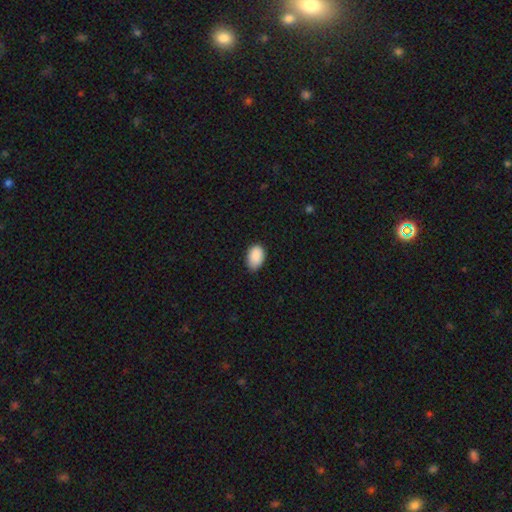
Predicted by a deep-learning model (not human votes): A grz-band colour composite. It shows a smooth galaxy with no disk features (90%) that is in between round and cigar-shaped (91%). Merging: none (79%).